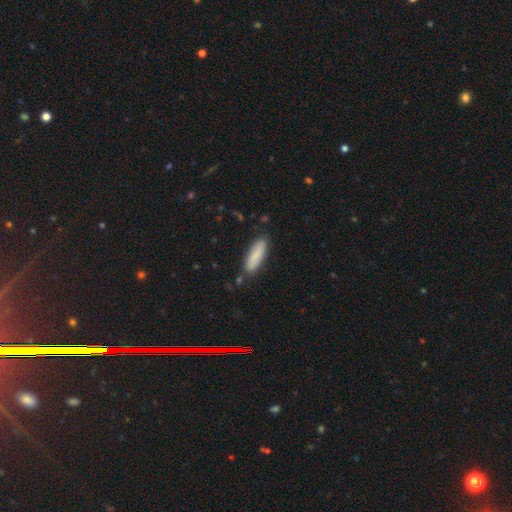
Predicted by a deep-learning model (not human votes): Morphology: type=smooth (85%); roundness=cigar-shaped (60%); merging=none (84%).